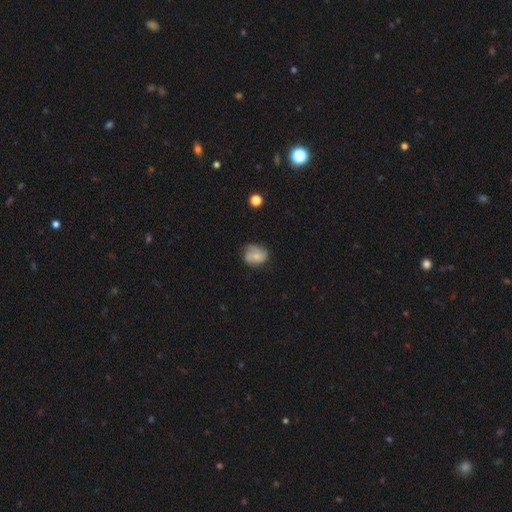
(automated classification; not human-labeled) smooth_or_featured: smooth (p=0.53) [alt: featured or disk p=0.39]
how_rounded: round (p=0.59) [alt: in between p=0.40]
merging: none (p=0.59) [alt: minor disturbance p=0.30]